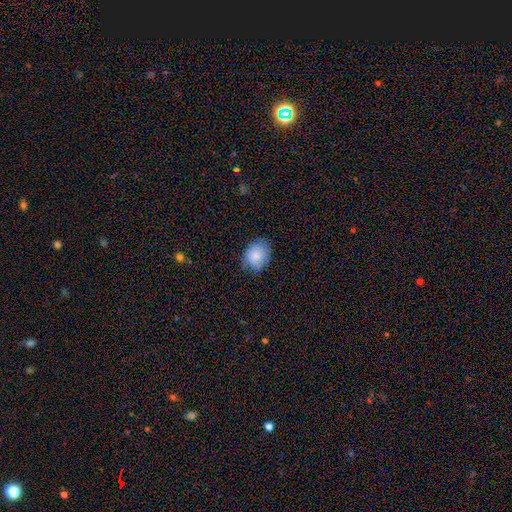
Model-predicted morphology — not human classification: Q: Smooth or featured?
A: smooth (83%); runner-up: featured or disk (10%)
Q: How rounded?
A: in between (56%); runner-up: round (43%)
Q: Merging?
A: none (69%); runner-up: minor disturbance (25%)